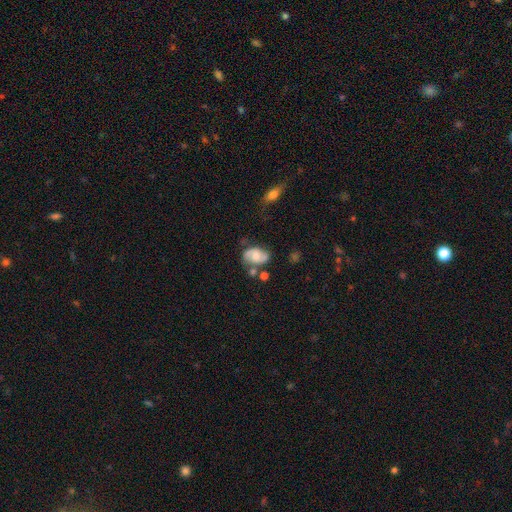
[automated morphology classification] type=featured or disk (57%); edge-on=no (97%); bar=no (59%); spiral arms=yes (84%); bulge=moderate (47%); merging=none (54%).